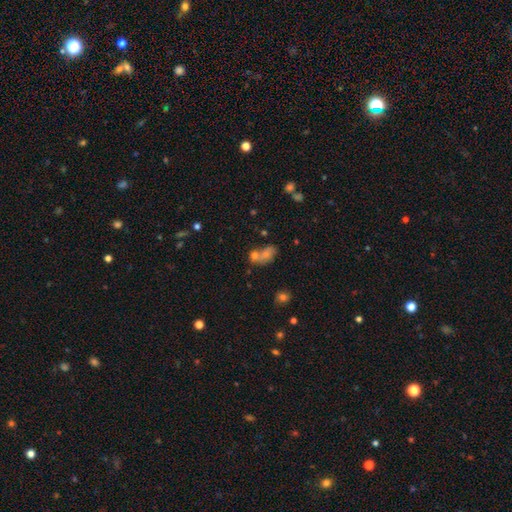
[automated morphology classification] Q: Smooth or featured?
A: smooth (61%); runner-up: star or artifact (21%)
Q: How rounded?
A: in between (59%); runner-up: round (37%)
Q: Merging?
A: merger (51%); runner-up: none (34%)